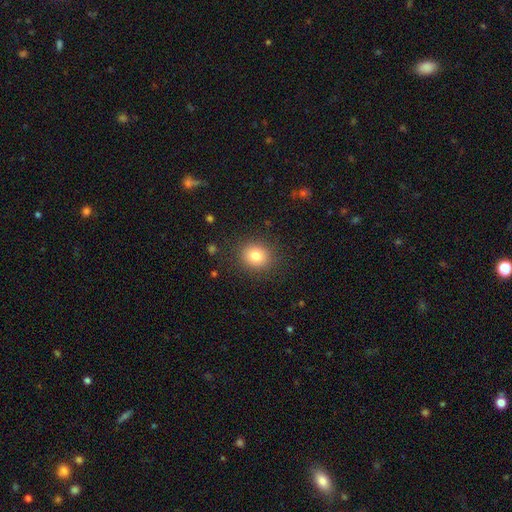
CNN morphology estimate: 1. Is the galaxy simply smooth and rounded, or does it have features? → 81% smooth, 11% star or artifact, 8% featured or disk.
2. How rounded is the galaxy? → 80% round, 20% in between, 1% cigar-shaped.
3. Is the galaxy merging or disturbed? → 88% none, 8% minor disturbance, 3% major disturbance, 1% merger.